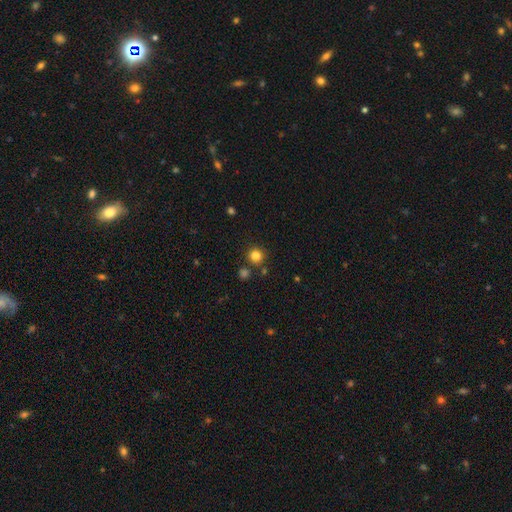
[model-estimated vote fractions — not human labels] This is clearly a smooth galaxy (83%). How rounded: clearly round (93%). Merging: clearly none (84%).